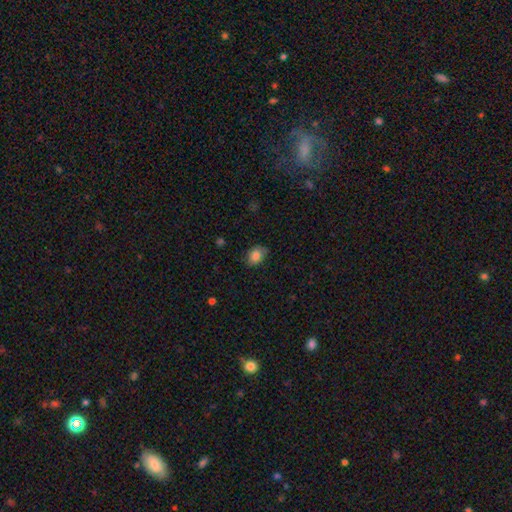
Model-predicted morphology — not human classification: This is clearly a smooth galaxy (84%). How rounded: likely in between (68%). Merging: likely none (76%).